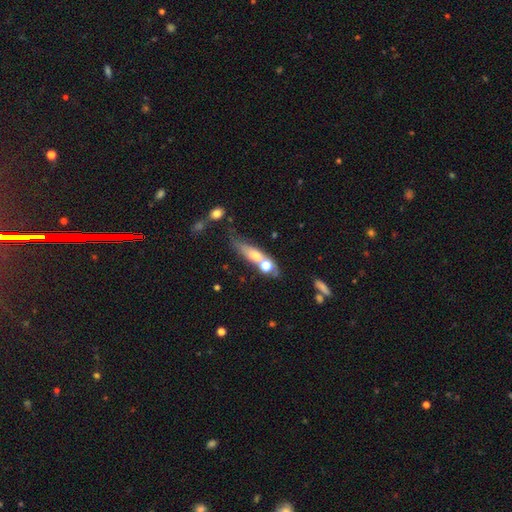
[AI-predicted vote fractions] A smooth galaxy with no disk features (50%). Merging: none (46%).